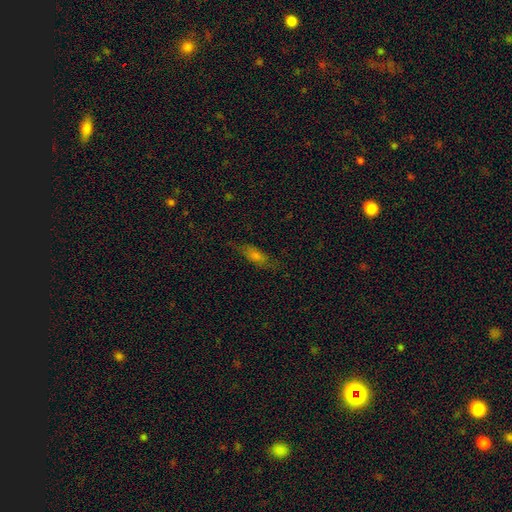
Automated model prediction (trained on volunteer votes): Smooth or featured: smooth — 57% (featured or disk — 28%)
How rounded: in between — 55% (cigar-shaped — 41%)
Merging: none — 72% (minor disturbance — 20%)